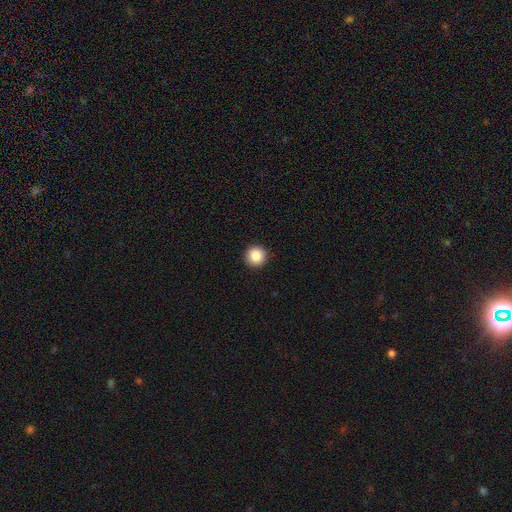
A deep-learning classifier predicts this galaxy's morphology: smooth-or-featured: smooth: 85% | star or artifact: 10% | featured or disk: 5%
  how-rounded: round: 96% | in between: 3% | cigar-shaped: 1%
  merging: none: 94% | minor disturbance: 4% | major disturbance: 1% | merger: 1%